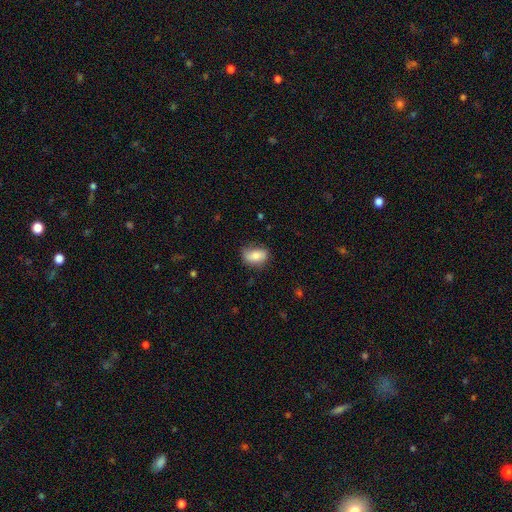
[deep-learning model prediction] smooth-or-featured: smooth: 79% | featured or disk: 13% | star or artifact: 7%
  how-rounded: in between: 87% | round: 10% | cigar-shaped: 3%
  merging: none: 67% | minor disturbance: 25% | major disturbance: 6% | merger: 1%